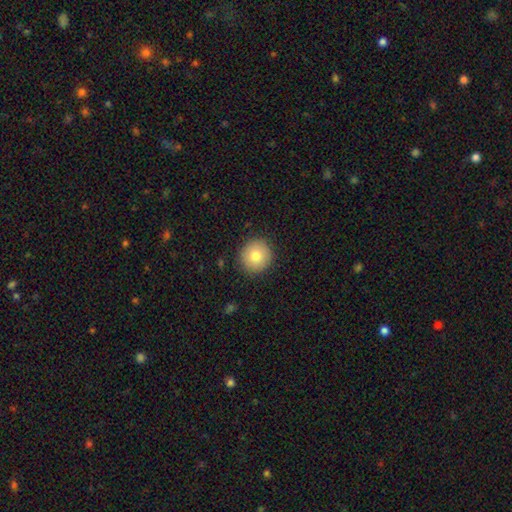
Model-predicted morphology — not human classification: smooth-or-featured: smooth: 80% | featured or disk: 11% | star or artifact: 9%
  how-rounded: round: 93% | in between: 6% | cigar-shaped: 1%
  merging: none: 90% | minor disturbance: 7% | major disturbance: 2% | merger: 1%